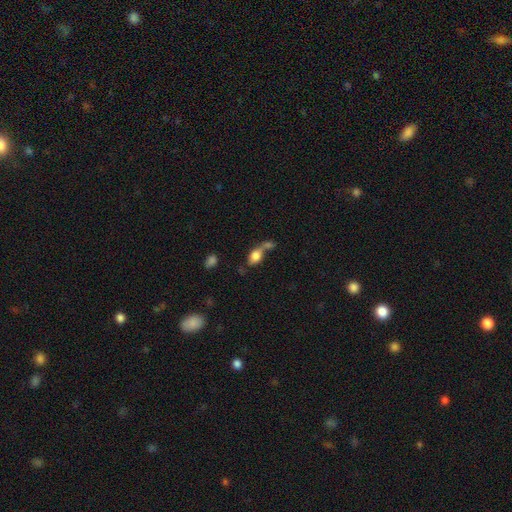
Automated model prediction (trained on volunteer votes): Morphology: type=smooth (76%); roundness=in between (72%); merging=merger (53%).